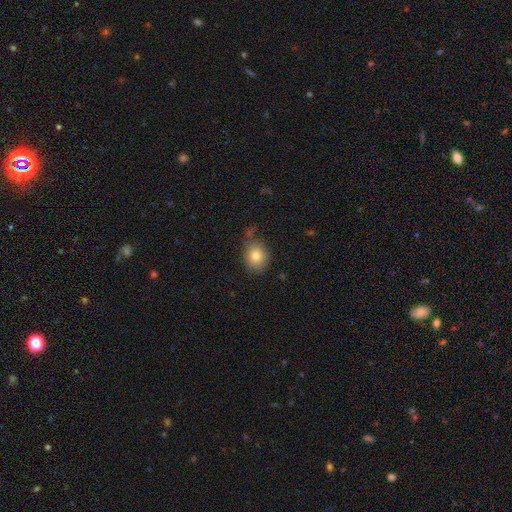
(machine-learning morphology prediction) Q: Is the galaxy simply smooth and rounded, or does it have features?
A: smooth — 81%.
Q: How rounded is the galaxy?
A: round — 60%.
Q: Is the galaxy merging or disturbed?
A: none — 71%.